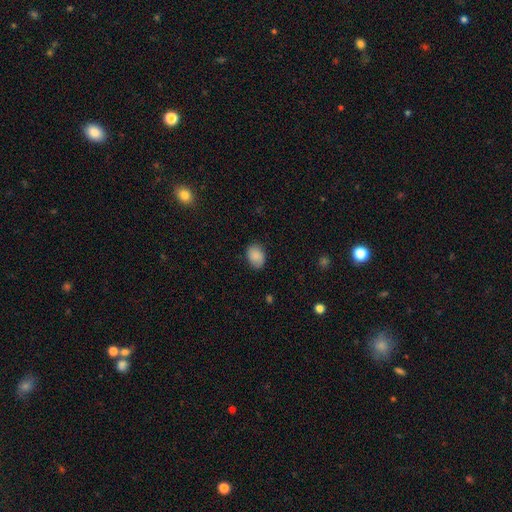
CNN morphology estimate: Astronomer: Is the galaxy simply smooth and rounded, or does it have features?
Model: smooth — 88%.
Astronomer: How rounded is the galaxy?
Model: in between — 72%.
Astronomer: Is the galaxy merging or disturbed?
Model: none — 81%.